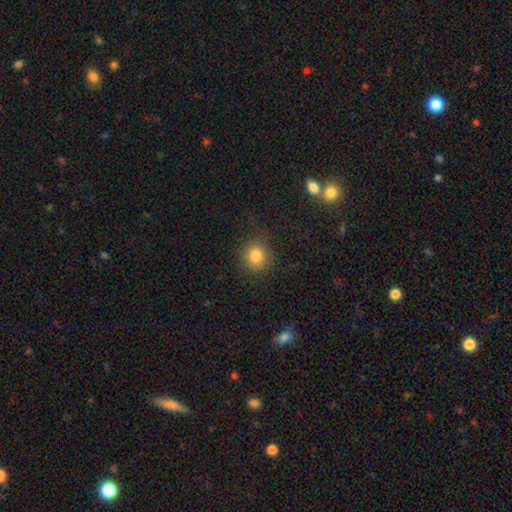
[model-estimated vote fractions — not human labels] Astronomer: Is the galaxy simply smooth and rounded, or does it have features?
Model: smooth — 82%.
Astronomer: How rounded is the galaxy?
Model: round — 88%.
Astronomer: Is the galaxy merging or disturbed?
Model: none — 86%.